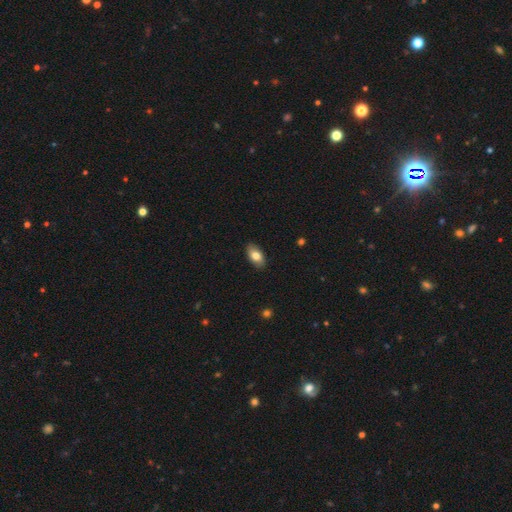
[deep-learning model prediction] A smooth galaxy with no disk features (80%) that is in between round and cigar-shaped (92%).

Vote fractions:
- Smooth or featured? smooth: 80% / featured or disk: 14% / star or artifact: 7%
- How rounded? in between: 92% / round: 5% / cigar-shaped: 3%
- Merging? none: 88% / minor disturbance: 9% / major disturbance: 2% / merger: 1%